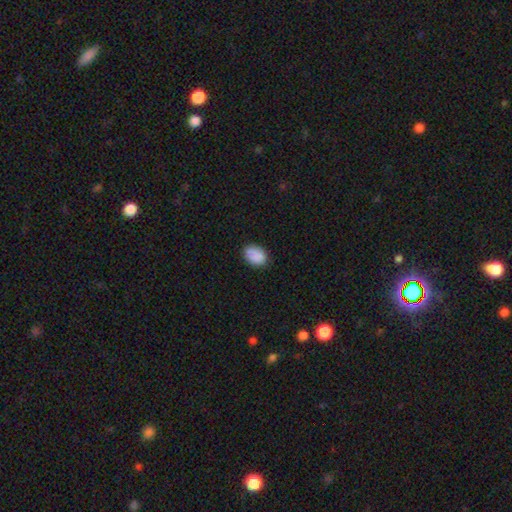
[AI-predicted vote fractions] A smooth galaxy with no disk features (88%) that is in between round and cigar-shaped (81%). Merging: none (81%).